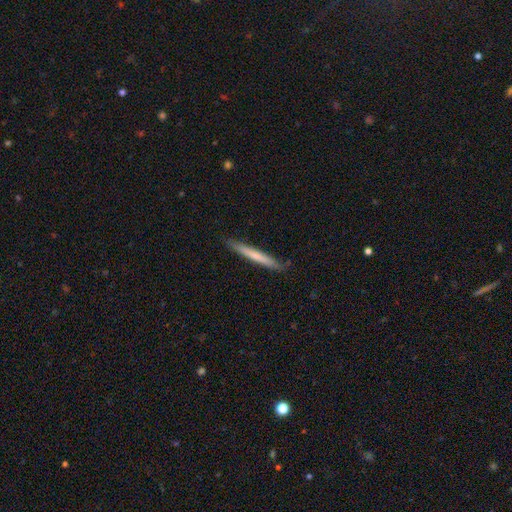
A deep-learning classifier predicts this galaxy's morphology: smooth_or_featured: smooth (p=0.62) [alt: featured or disk p=0.32]
how_rounded: cigar-shaped (p=0.96) [alt: in between p=0.02]
merging: none (p=0.86) [alt: minor disturbance p=0.11]